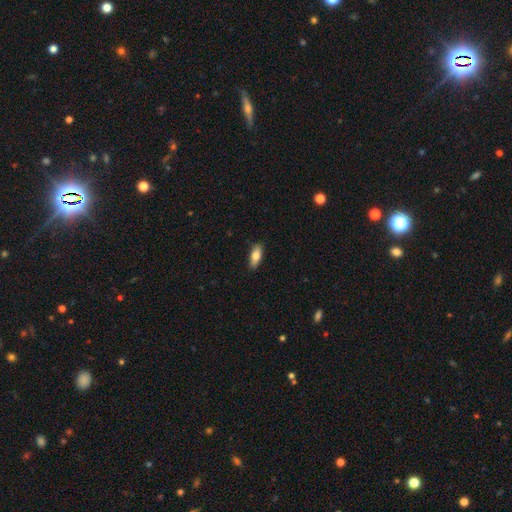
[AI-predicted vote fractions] smooth-or-featured: smooth: 75% | featured or disk: 18% | star or artifact: 6%
  how-rounded: in between: 77% | cigar-shaped: 20% | round: 3%
  merging: none: 87% | minor disturbance: 10% | major disturbance: 2% | merger: 1%